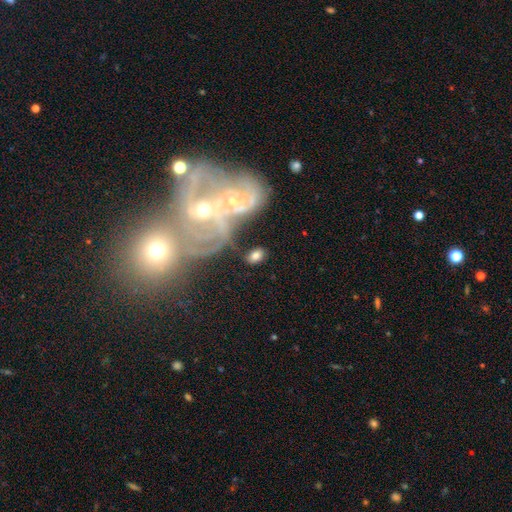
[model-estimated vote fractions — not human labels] Smooth or featured? Predicted: smooth (p=0.64). How rounded? Predicted: in between (p=0.83). Merging? Predicted: none (p=0.62).